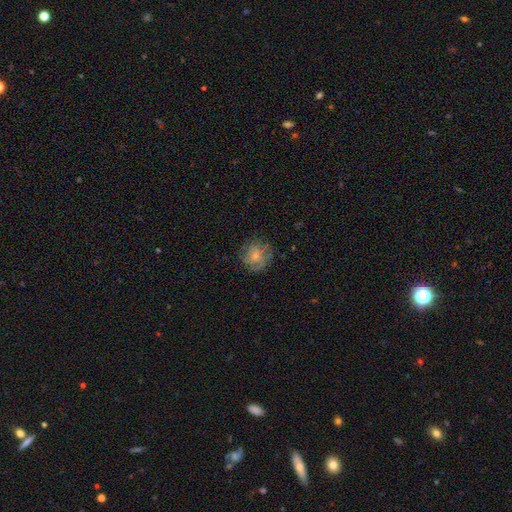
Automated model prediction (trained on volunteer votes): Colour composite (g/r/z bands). It shows a smooth galaxy with no disk features (52%) that is round (88%). Merging: none (73%).